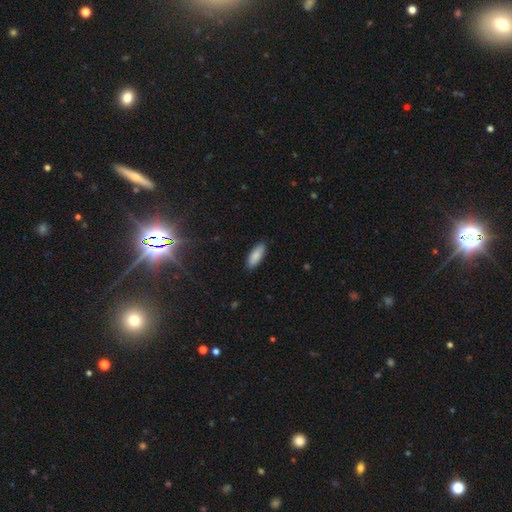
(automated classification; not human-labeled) A smooth galaxy with no disk features (86%) that is in between round and cigar-shaped (74%).

Vote fractions:
- Smooth or featured? smooth: 86% / featured or disk: 7% / star or artifact: 6%
- How rounded? in between: 74% / cigar-shaped: 24% / round: 2%
- Merging? none: 88% / minor disturbance: 9% / major disturbance: 2% / merger: 1%